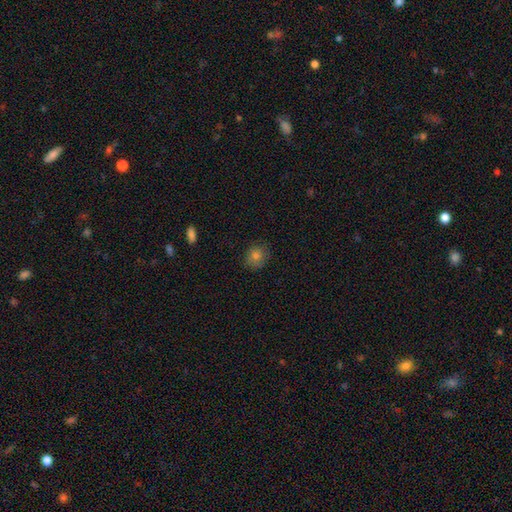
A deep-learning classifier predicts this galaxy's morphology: A smooth galaxy with no disk features (79%) that is round (72%). Merging: none (83%).